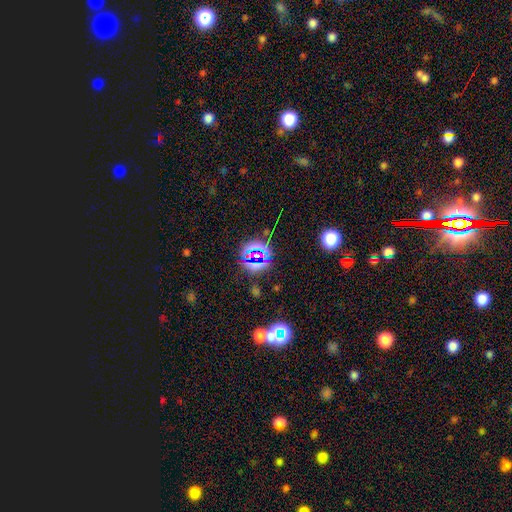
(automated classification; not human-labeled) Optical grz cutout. It shows a star or artifact, not a galaxy (70%).